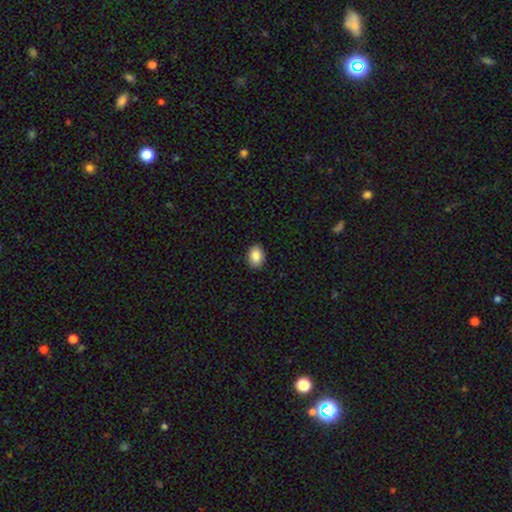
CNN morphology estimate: type=smooth (88%); roundness=in between (78%); merging=none (90%).